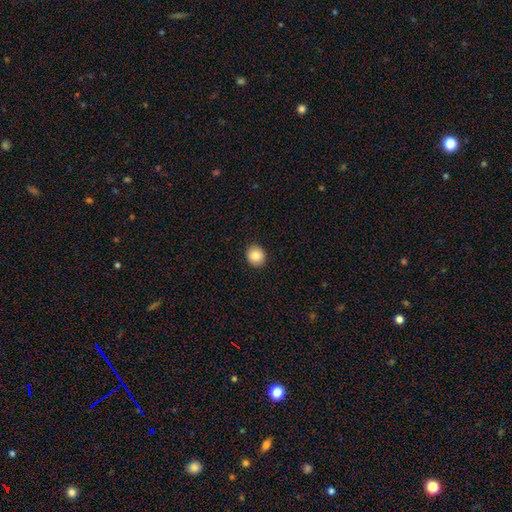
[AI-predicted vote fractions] The model was most divided on "how rounded": round: 78%, in between: 21%, cigar-shaped: 1%. More confident: merging — none (92%); smooth or featured — smooth (85%).